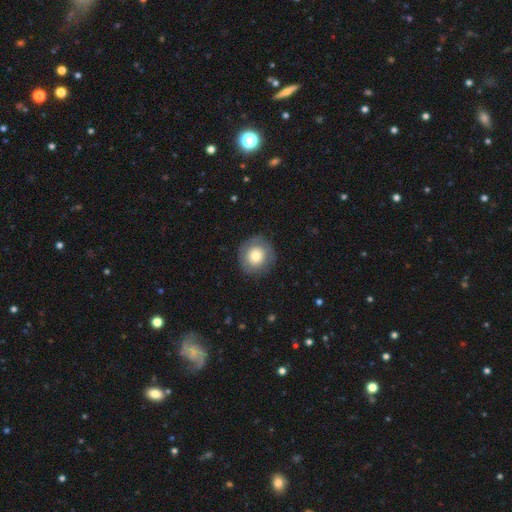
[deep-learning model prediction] Overall: smooth (72%). How rounded: round (91%). Merging: none (85%).